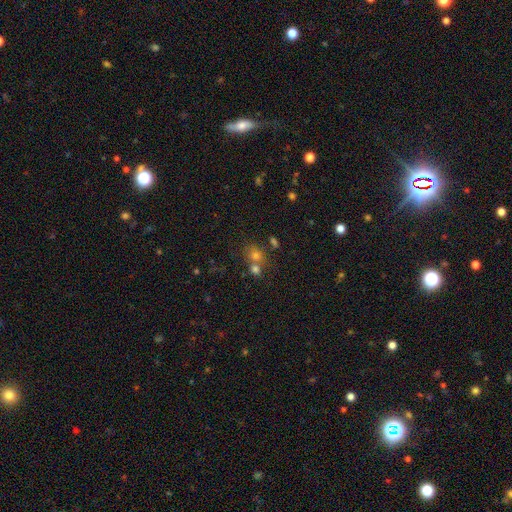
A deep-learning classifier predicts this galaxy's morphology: smooth-or-featured: smooth: 62% | star or artifact: 27% | featured or disk: 12%
  how-rounded: round: 75% | in between: 23% | cigar-shaped: 1%
  merging: none: 52% | merger: 36% | minor disturbance: 8% | major disturbance: 4%